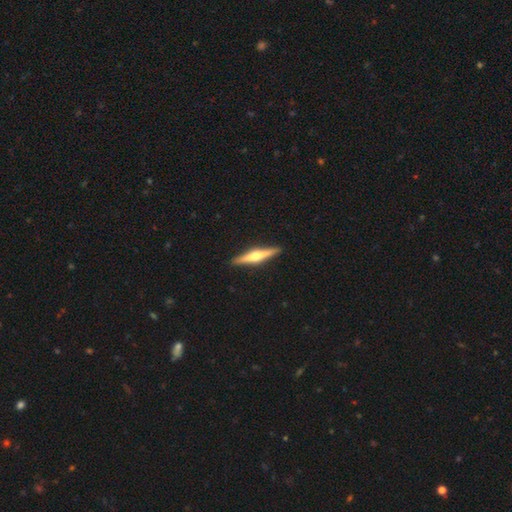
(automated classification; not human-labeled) featured or disk 71%, smooth 24%, star or artifact 5%. Down the decision tree: edge-on disk — yes (98%); edge-on bulge — rounded (92%); merging — none (91%).